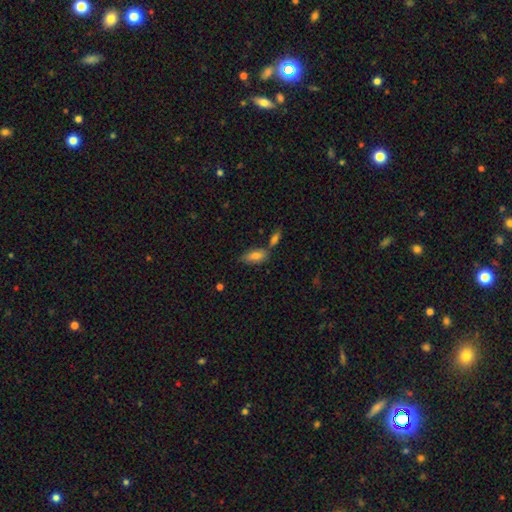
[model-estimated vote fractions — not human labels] This appears to be a smooth galaxy with no disk features (79%) that is in between round and cigar-shaped (83%). Merging: none (60%).